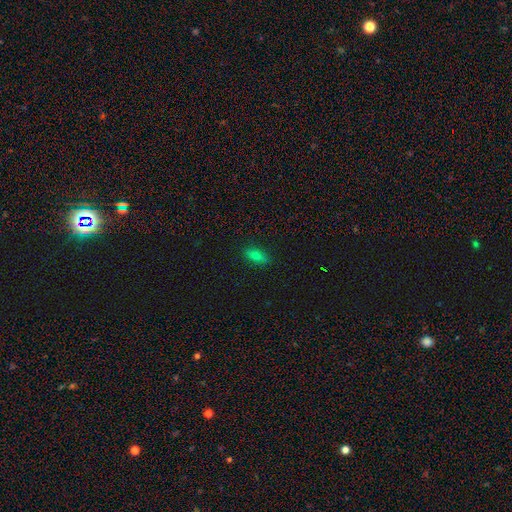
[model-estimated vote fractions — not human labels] The model was most divided on "how rounded": in between: 77%, cigar-shaped: 18%, round: 5%. More confident: merging — none (87%); smooth or featured — smooth (76%).